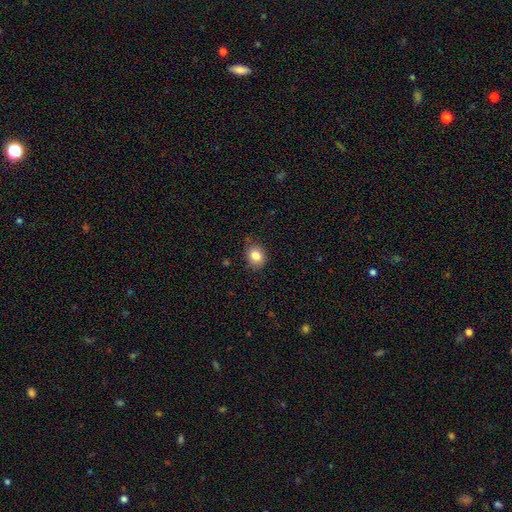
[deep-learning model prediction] The model was most divided on "how rounded": round: 56%, in between: 43%, cigar-shaped: 1%. More confident: smooth or featured — smooth (83%); merging — none (81%).